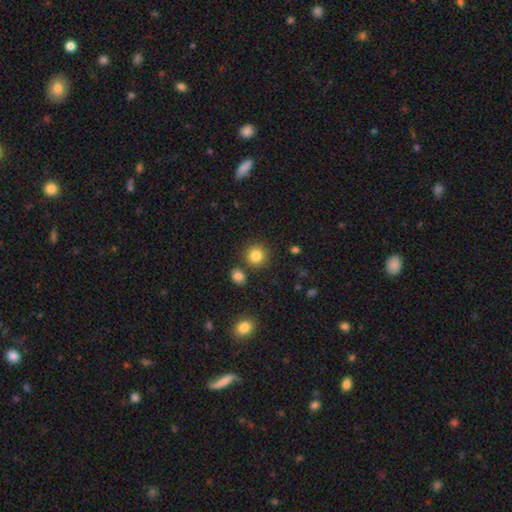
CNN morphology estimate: Smooth or featured: smooth — 85% (star or artifact — 10%)
How rounded: round — 90% (in between — 9%)
Merging: none — 82% (minor disturbance — 8%)